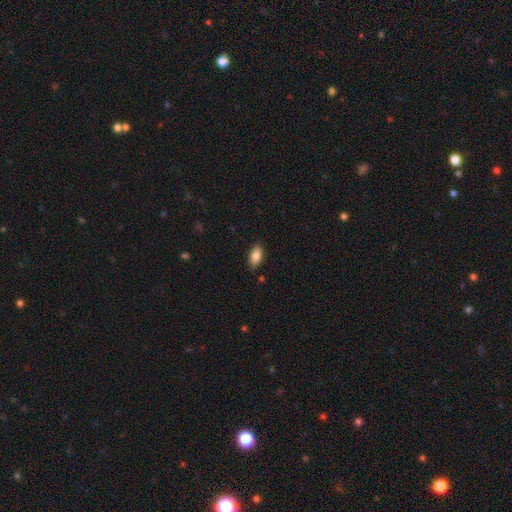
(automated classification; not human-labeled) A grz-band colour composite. It shows a smooth galaxy with no disk features (85%) that is in between round and cigar-shaped (91%). Merging: none (83%).